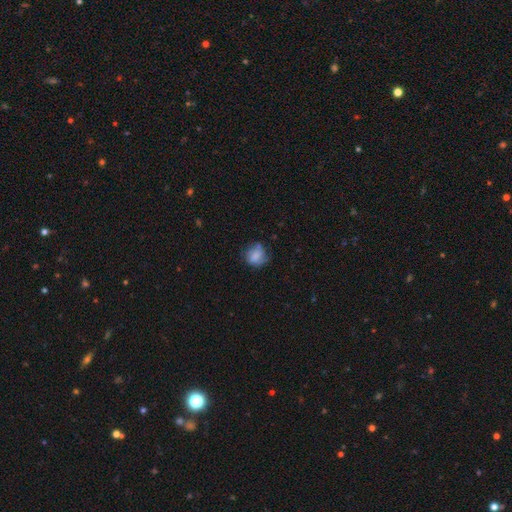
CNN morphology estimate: Smooth or featured: smooth — 71% (featured or disk — 19%)
How rounded: round — 64% (in between — 35%)
Merging: none — 52% (minor disturbance — 30%)